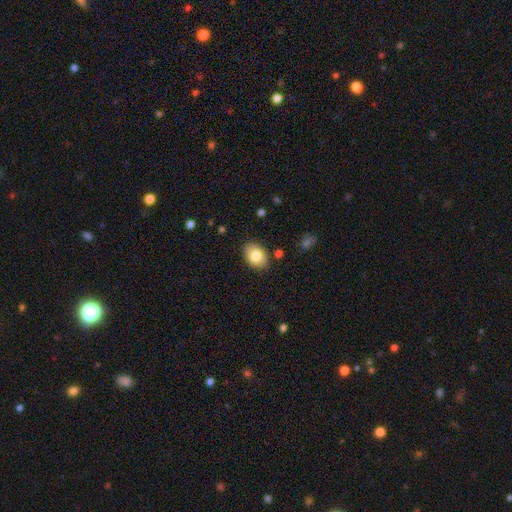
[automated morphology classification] This appears to be a smooth galaxy with no disk features (82%) that is in between round and cigar-shaped (77%). Merging: none (85%).